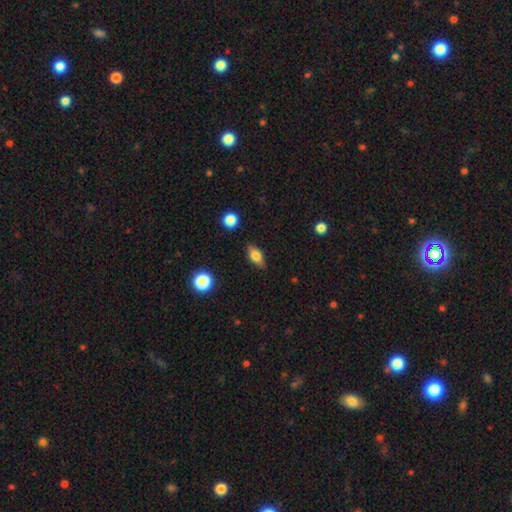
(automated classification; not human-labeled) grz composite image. It shows a smooth galaxy with no disk features (68%) that is in between round and cigar-shaped (77%). Merging: none (84%).